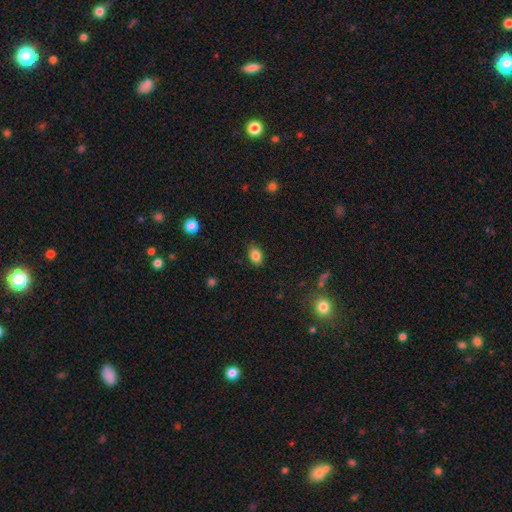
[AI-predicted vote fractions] Morphology: type=smooth (85%); roundness=in between (76%); merging=none (81%).